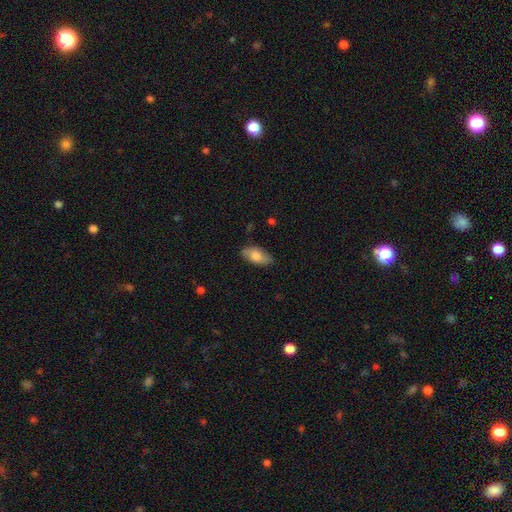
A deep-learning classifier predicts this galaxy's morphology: Q: Smooth or featured?
A: smooth (76%); runner-up: featured or disk (18%)
Q: How rounded?
A: in between (90%); runner-up: cigar-shaped (7%)
Q: Merging?
A: none (78%); runner-up: minor disturbance (18%)